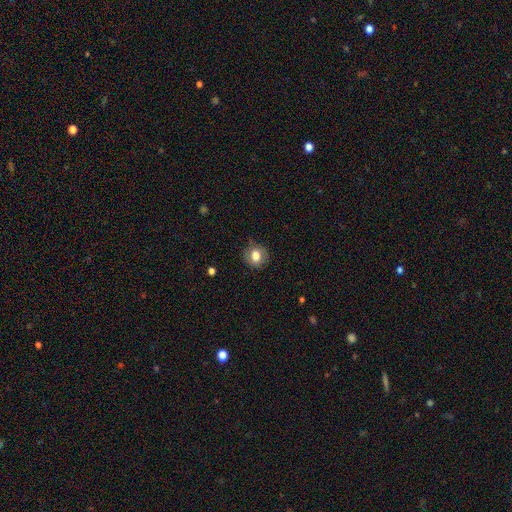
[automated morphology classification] Smooth or featured?
  - smooth: 78% *
  - featured or disk: 13%
  - star or artifact: 10%
How rounded?
  - round: 73% *
  - in between: 26%
  - cigar-shaped: 1%
Merging?
  - none: 81% *
  - minor disturbance: 15%
  - major disturbance: 4%
  - merger: 1%